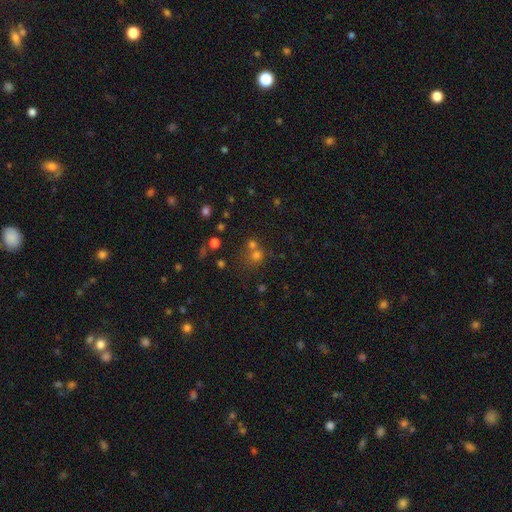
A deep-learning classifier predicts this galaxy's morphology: A smooth galaxy with no disk features (64%) that is round (85%).

Vote fractions:
- Smooth or featured? smooth: 64% / star or artifact: 25% / featured or disk: 11%
- How rounded? round: 85% / in between: 14% / cigar-shaped: 1%
- Merging? none: 50% / merger: 39% / minor disturbance: 7% / major disturbance: 4%